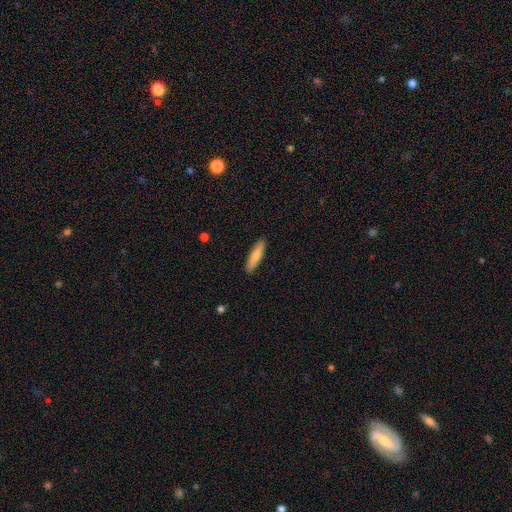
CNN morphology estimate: This is likely a smooth galaxy (77%). How rounded: clearly cigar-shaped (82%). Merging: clearly none (90%).